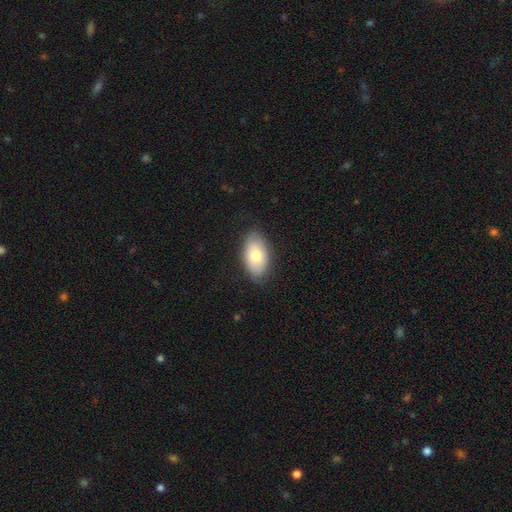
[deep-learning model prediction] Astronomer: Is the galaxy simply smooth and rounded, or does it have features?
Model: smooth — 74%.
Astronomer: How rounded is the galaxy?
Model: in between — 93%.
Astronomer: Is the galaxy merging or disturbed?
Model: none — 84%.